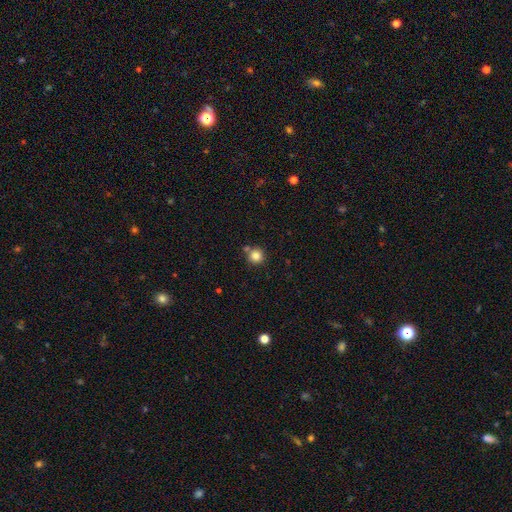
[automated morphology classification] A smooth galaxy with no disk features (83%) that is round (94%). Merging: none (74%).